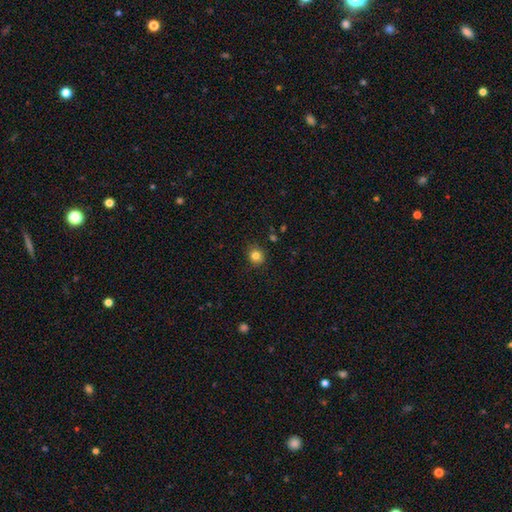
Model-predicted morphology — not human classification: Smooth or featured? smooth (82%)
How rounded? round (78%)
Merging? none (87%)